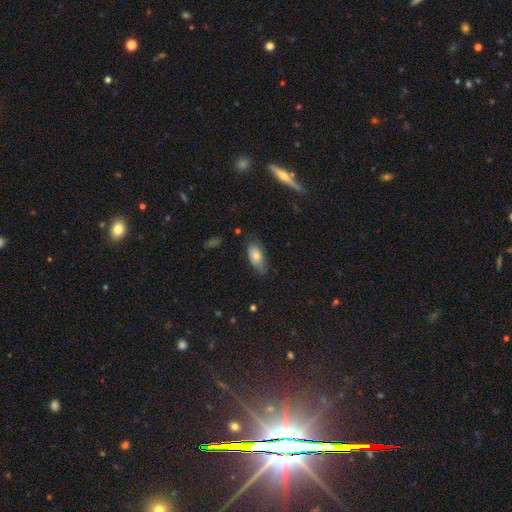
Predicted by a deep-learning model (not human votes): Overall: smooth (75%). How rounded: in between (89%). Merging: none (64%; minor disturbance 28%).